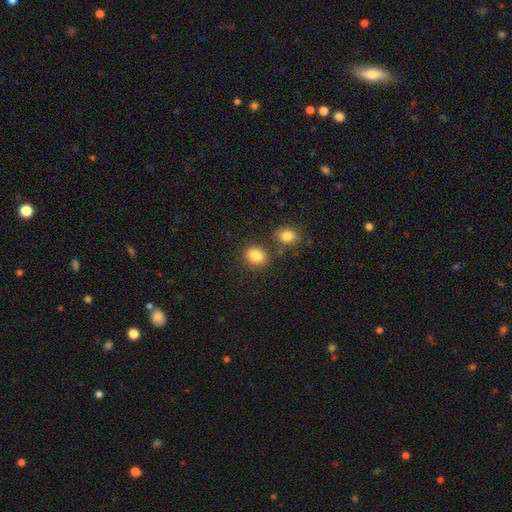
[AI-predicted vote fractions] A smooth galaxy with no disk features (85%) that is in between round and cigar-shaped (63%). Merging: none (74%).